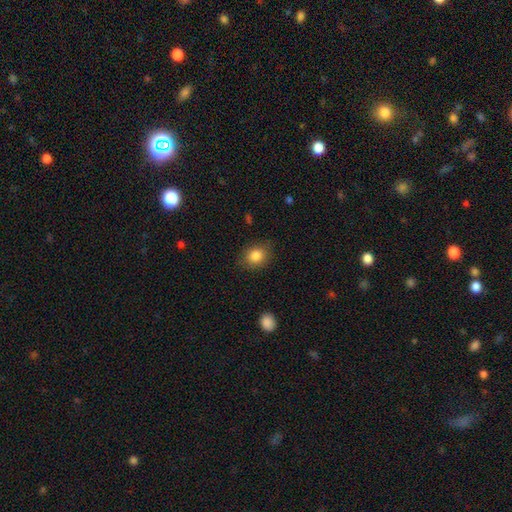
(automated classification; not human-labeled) Overall: smooth (84%). How rounded: round (56%; in between 43%). Merging: none (83%).